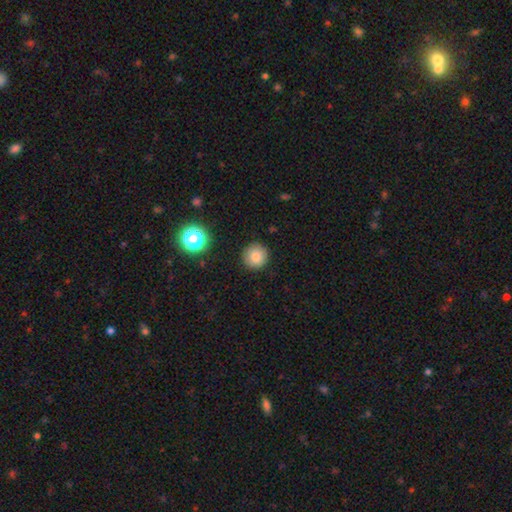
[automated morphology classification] type=smooth (82%); roundness=round (94%); merging=none (90%).